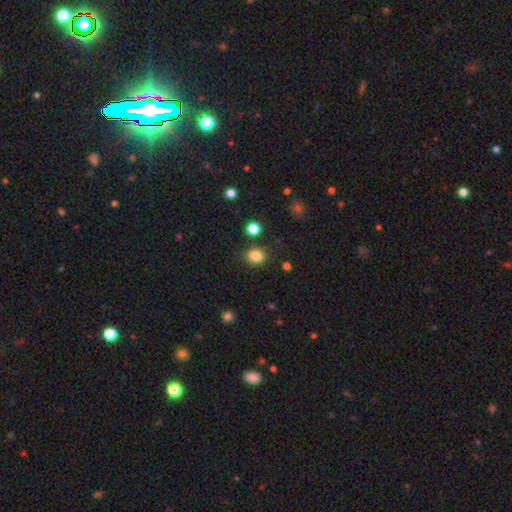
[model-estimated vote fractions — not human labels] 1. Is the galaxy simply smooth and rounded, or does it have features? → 84% smooth, 11% star or artifact, 4% featured or disk.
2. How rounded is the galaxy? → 67% round, 32% in between, 1% cigar-shaped.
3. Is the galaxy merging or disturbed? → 85% none, 9% minor disturbance, 3% merger, 3% major disturbance.